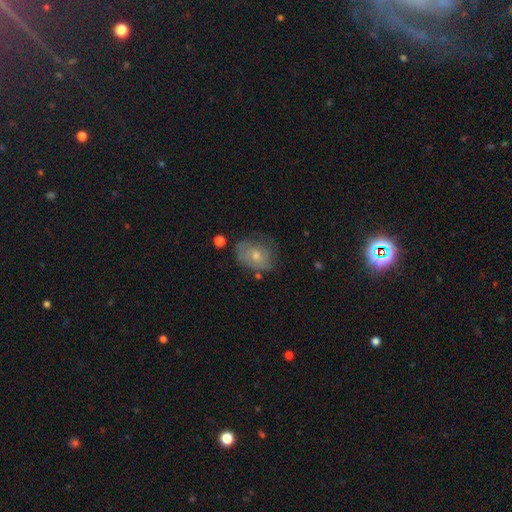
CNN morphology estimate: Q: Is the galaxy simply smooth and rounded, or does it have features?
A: smooth — 46%.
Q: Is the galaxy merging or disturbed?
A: none — 57%.